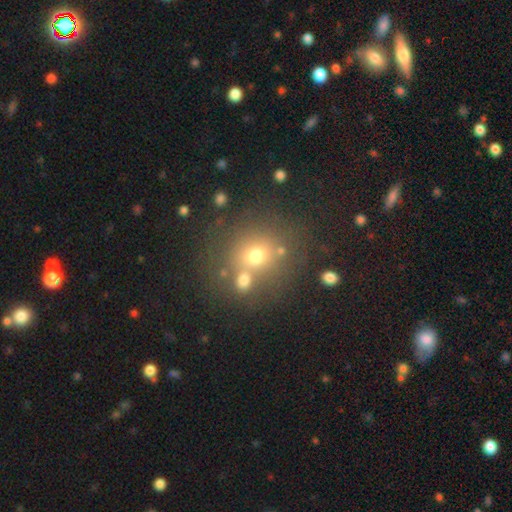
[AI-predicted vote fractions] The model was most divided on "merging": none: 62%, merger: 23%, minor disturbance: 10%, major disturbance: 5%. More confident: how rounded — round (82%); smooth or featured — smooth (64%).